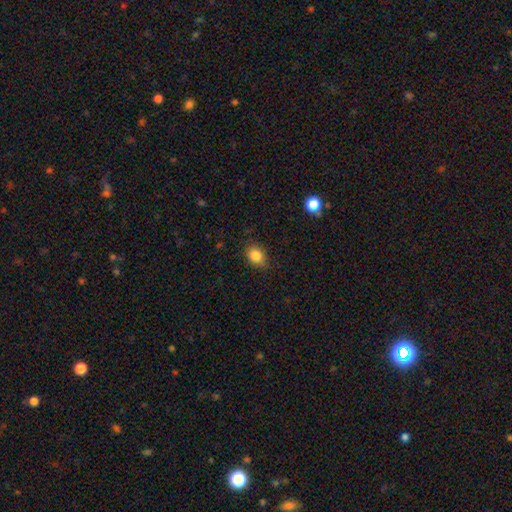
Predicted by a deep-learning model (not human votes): Smooth or featured: smooth — 85% (star or artifact — 9%)
How rounded: in between — 64% (round — 35%)
Merging: none — 83% (minor disturbance — 13%)